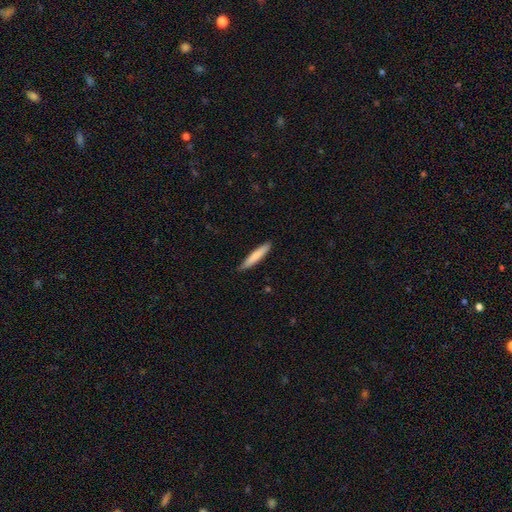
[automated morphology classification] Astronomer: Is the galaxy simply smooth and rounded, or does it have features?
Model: smooth — 77%.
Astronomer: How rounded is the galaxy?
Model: cigar-shaped — 92%.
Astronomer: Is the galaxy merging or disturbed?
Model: none — 88%.